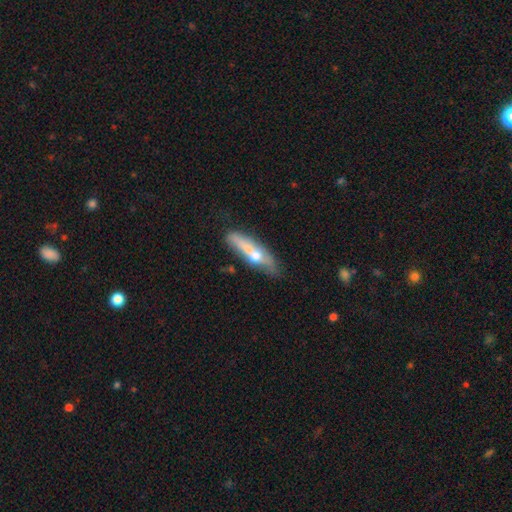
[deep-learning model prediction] Morphology: type=featured or disk (52%); edge-on=yes (71%); merging=none (57%).